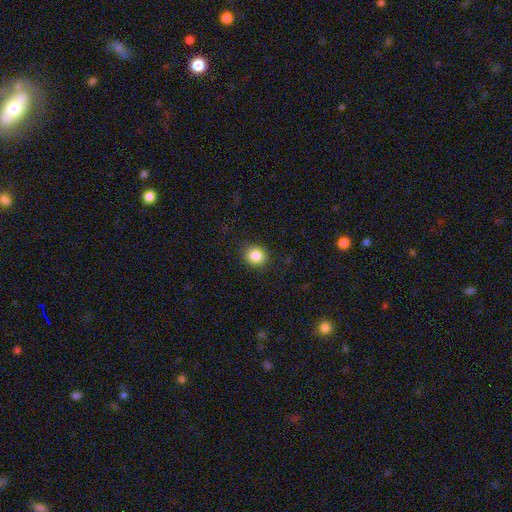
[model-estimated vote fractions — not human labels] A smooth galaxy with no disk features (86%) that is round (78%). Merging: none (88%).